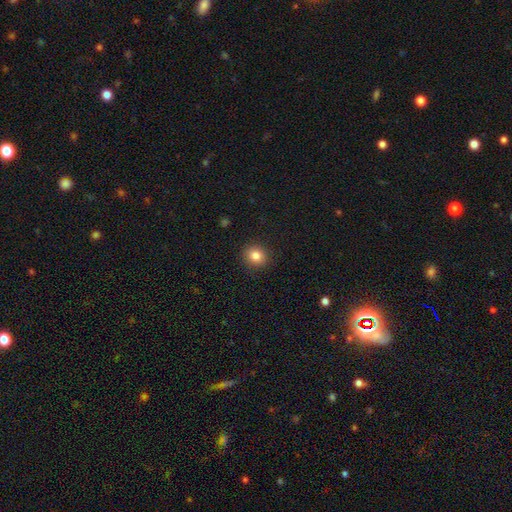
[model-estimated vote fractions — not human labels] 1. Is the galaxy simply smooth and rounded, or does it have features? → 84% smooth, 11% star or artifact, 6% featured or disk.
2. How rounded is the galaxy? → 81% round, 18% in between, 1% cigar-shaped.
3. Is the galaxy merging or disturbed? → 91% none, 6% minor disturbance, 2% major disturbance, 1% merger.